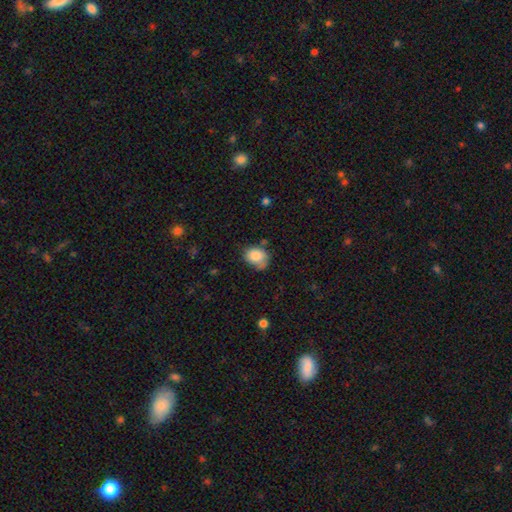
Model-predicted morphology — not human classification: Smooth or featured? Predicted: smooth (p=0.82). How rounded? Predicted: in between (p=0.55). Merging? Predicted: none (p=0.52).